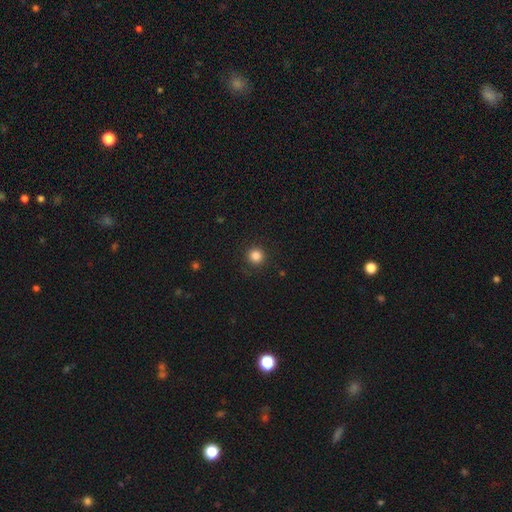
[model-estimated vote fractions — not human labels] smooth 84%, star or artifact 12%, featured or disk 4%. Down the decision tree: how rounded — round (95%); merging — none (91%).